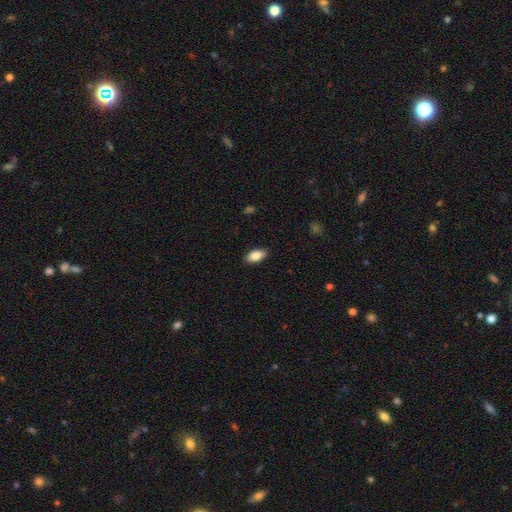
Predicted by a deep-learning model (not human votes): A smooth galaxy with no disk features (86%) that is in between round and cigar-shaped (92%).

Vote fractions:
- Smooth or featured? smooth: 86% / featured or disk: 8% / star or artifact: 7%
- How rounded? in between: 92% / cigar-shaped: 5% / round: 3%
- Merging? none: 89% / minor disturbance: 9% / major disturbance: 2% / merger: 1%